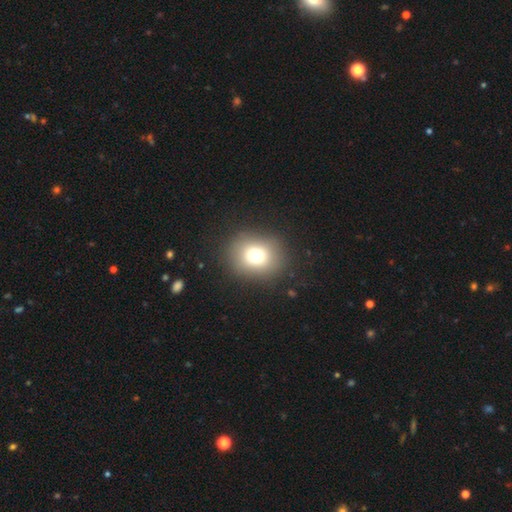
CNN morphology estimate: smooth-or-featured: smooth: 74% | star or artifact: 14% | featured or disk: 12%
  how-rounded: round: 74% | in between: 25% | cigar-shaped: 1%
  merging: none: 87% | minor disturbance: 8% | major disturbance: 4% | merger: 1%